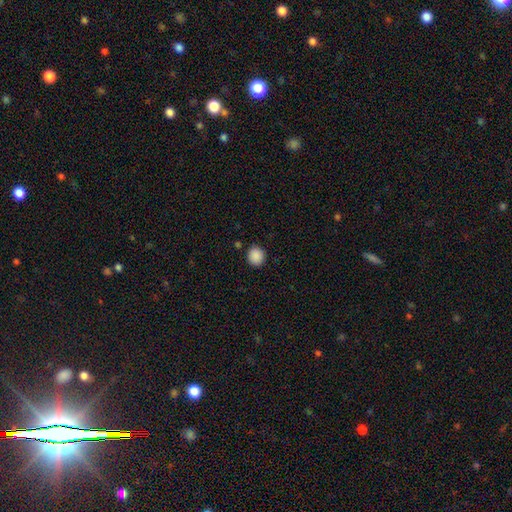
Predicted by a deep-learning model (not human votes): Q: Smooth or featured?
A: smooth (89%); runner-up: star or artifact (9%)
Q: How rounded?
A: round (87%); runner-up: in between (12%)
Q: Merging?
A: none (89%); runner-up: minor disturbance (7%)